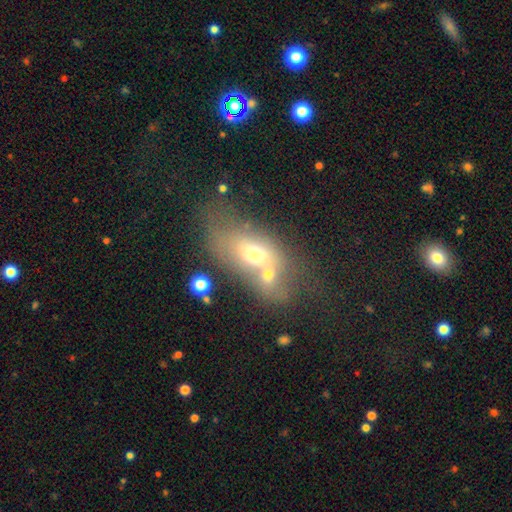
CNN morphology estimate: smooth-or-featured: smooth: 54% | featured or disk: 34% | star or artifact: 12%
  how-rounded: in between: 78% | round: 16% | cigar-shaped: 7%
  merging: merger: 56% | none: 20% | major disturbance: 13% | minor disturbance: 12%